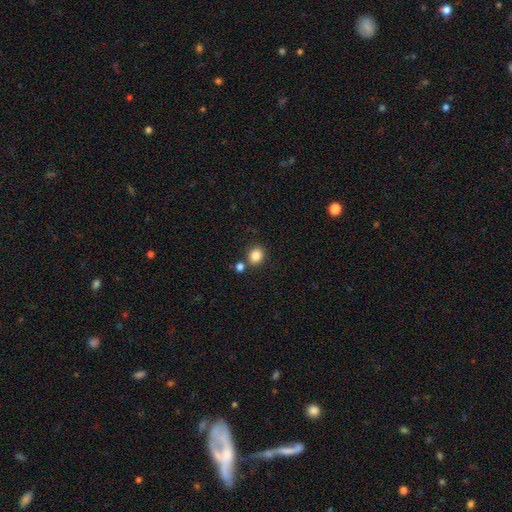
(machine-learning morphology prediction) This is clearly a smooth galaxy (85%). How rounded: likely round (72%). Merging: likely none (78%).